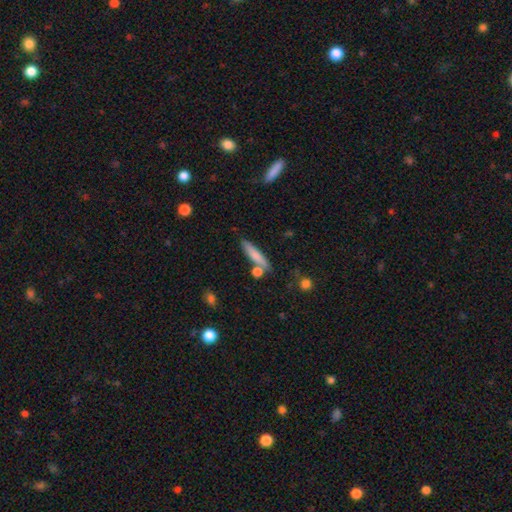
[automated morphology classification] Smooth or featured?
  - smooth: 77% *
  - featured or disk: 17%
  - star or artifact: 7%
How rounded?
  - cigar-shaped: 83% *
  - in between: 14%
  - round: 2%
Merging?
  - none: 74% *
  - minor disturbance: 12%
  - merger: 11%
  - major disturbance: 3%